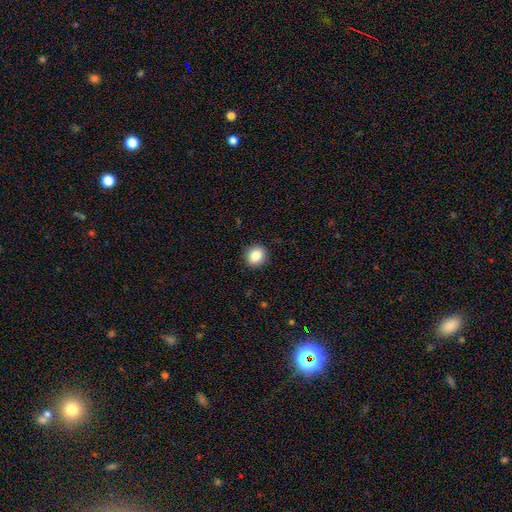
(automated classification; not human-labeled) smooth-or-featured: smooth: 86% | star or artifact: 9% | featured or disk: 5%
  how-rounded: round: 75% | in between: 24% | cigar-shaped: 1%
  merging: none: 91% | minor disturbance: 7% | major disturbance: 2% | merger: 1%